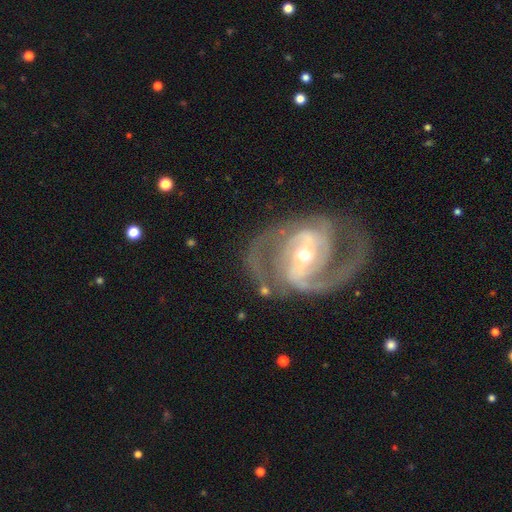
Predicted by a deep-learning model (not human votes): A featured or disk galaxy (91%) with a strong bar (52%), 2 (82%) medium (54%) spiral arms (97%) and a moderate central bulge (48%).

Vote fractions:
- Smooth or featured? featured or disk: 91% / star or artifact: 5% / smooth: 4%
- Edge-on disk? no: 97% / yes: 3%
- Bar? strong: 52% / weak: 33% / no: 15%
- Spiral arms? yes: 97% / no: 3%
- Spiral winding? medium: 54% / tight: 32% / loose: 13%
- Spiral arm count? 2: 82% / 3: 8% / can't tell: 4% / 1: 2% / 4: 2% / more than 4: 2%
- Bulge size? moderate: 48% / small: 47% / large: 3% / none: 1% / dominant: 1%
- Merging? none: 70% / minor disturbance: 16% / major disturbance: 12% / merger: 2%